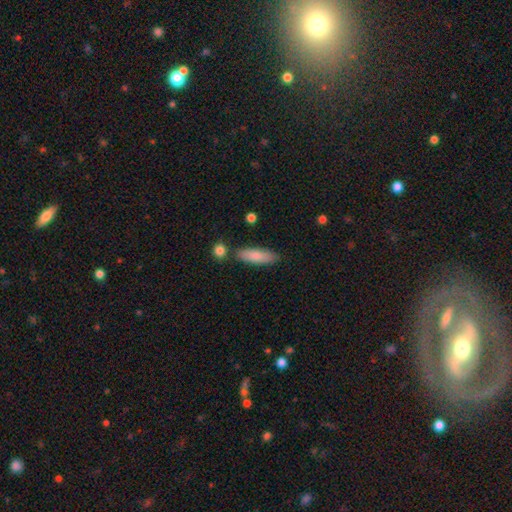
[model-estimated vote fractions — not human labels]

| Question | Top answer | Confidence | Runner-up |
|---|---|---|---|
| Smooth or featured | smooth | 82% | featured or disk (13%) |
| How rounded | in between | 51% | cigar-shaped (47%) |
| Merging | none | 79% | minor disturbance (13%) |